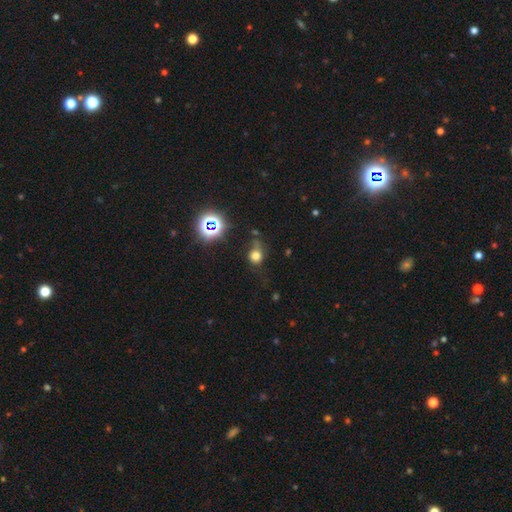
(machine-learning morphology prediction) This appears to be a smooth galaxy with no disk features (67%) that is round (74%). Merging: none (50%).